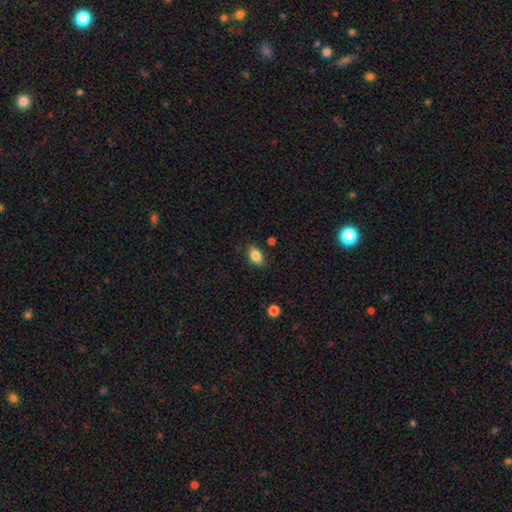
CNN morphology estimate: Q: Smooth or featured?
A: smooth (84%); runner-up: star or artifact (8%)
Q: How rounded?
A: in between (88%); runner-up: round (9%)
Q: Merging?
A: none (83%); runner-up: minor disturbance (13%)